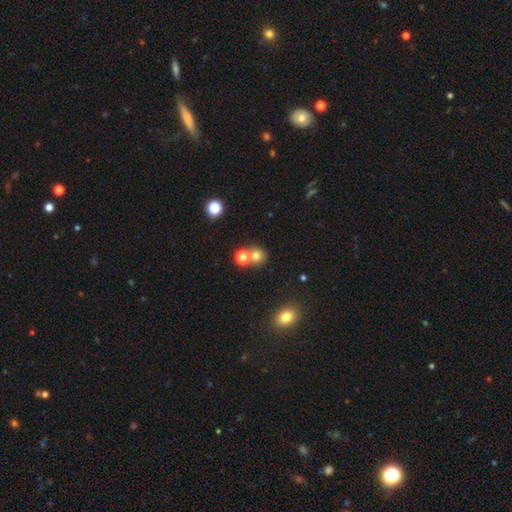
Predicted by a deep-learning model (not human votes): A smooth galaxy with no disk features (74%) that is round (84%).

Vote fractions:
- Smooth or featured? smooth: 74% / star or artifact: 17% / featured or disk: 10%
- How rounded? round: 84% / in between: 15% / cigar-shaped: 1%
- Merging? none: 55% / merger: 35% / minor disturbance: 7% / major disturbance: 3%